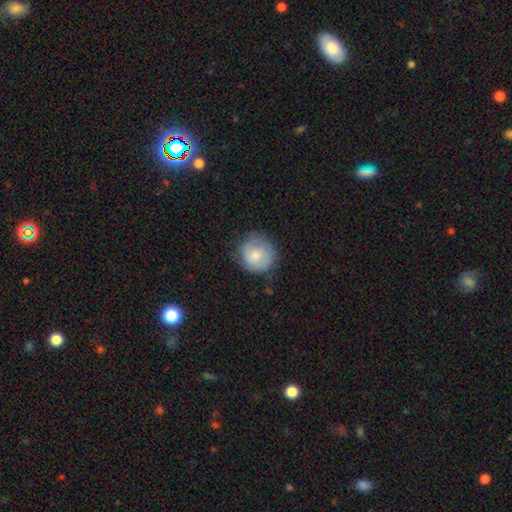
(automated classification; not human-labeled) This appears to be a smooth galaxy with no disk features (67%) that is round (86%). Merging: none (69%).